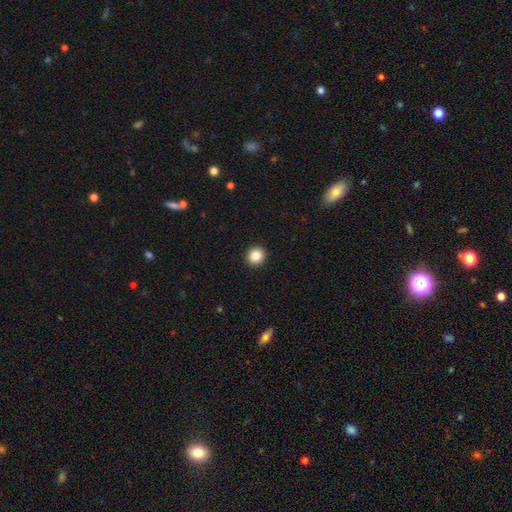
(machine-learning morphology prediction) This appears to be a smooth galaxy with no disk features (85%) that is round (91%). Merging: none (93%).